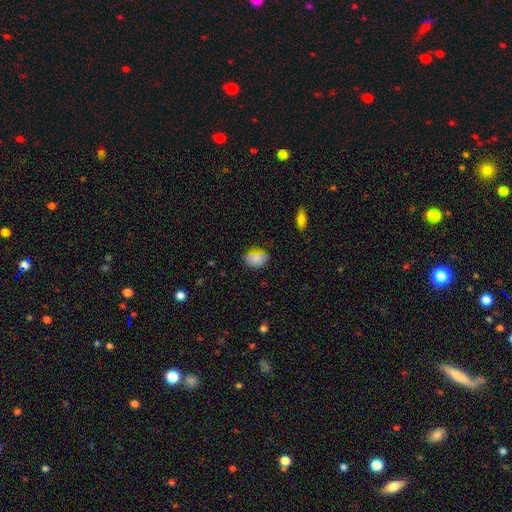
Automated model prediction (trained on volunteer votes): Smooth or featured? smooth (81%)
How rounded? in between (74%)
Merging? none (74%)